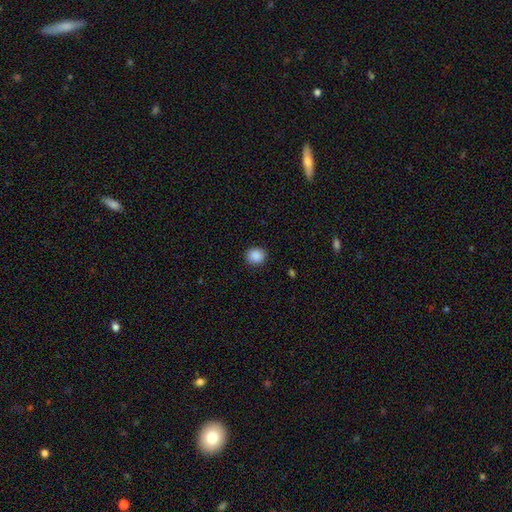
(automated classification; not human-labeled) Morphology: type=smooth (88%); roundness=round (85%); merging=none (90%).